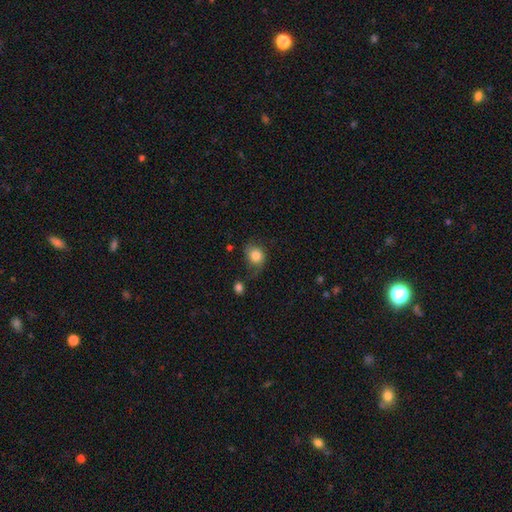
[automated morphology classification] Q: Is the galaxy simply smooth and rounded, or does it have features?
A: smooth — 80%.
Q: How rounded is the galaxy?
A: round — 65%.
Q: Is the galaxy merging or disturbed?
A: none — 52%.